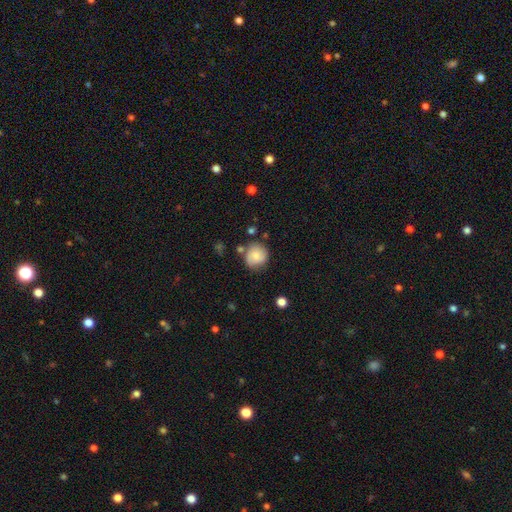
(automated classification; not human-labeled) smooth 77%, featured or disk 15%, star or artifact 8%. Down the decision tree: how rounded — round (87%); merging — none (69%).